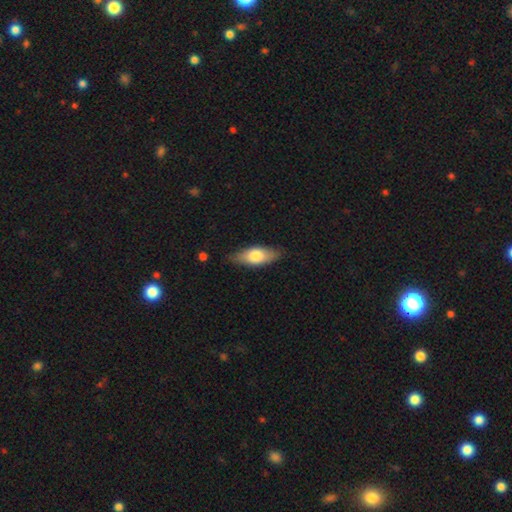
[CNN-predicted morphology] type=smooth (67%); roundness=in between (75%); merging=none (83%).